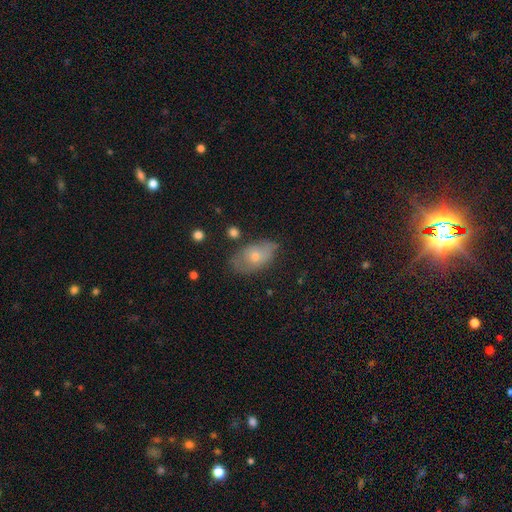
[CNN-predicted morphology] smooth-or-featured: smooth: 59% | featured or disk: 32% | star or artifact: 9%
  how-rounded: in between: 89% | round: 9% | cigar-shaped: 2%
  merging: none: 66% | minor disturbance: 24% | major disturbance: 7% | merger: 3%